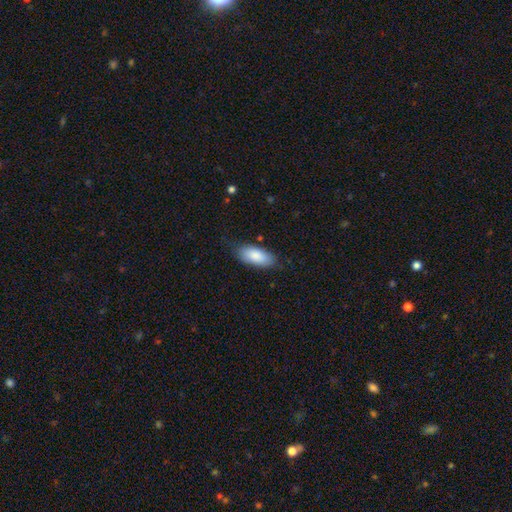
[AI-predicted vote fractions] Overall: smooth (86%). How rounded: in between (89%). Merging: none (76%).